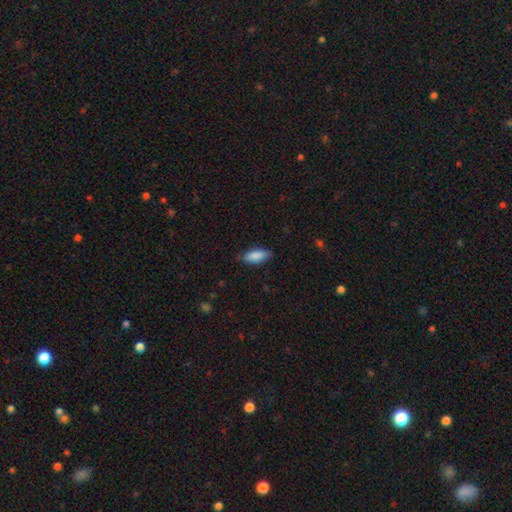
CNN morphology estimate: Smooth or featured: smooth — 87% (featured or disk — 7%)
How rounded: in between — 80% (cigar-shaped — 18%)
Merging: none — 79% (minor disturbance — 17%)